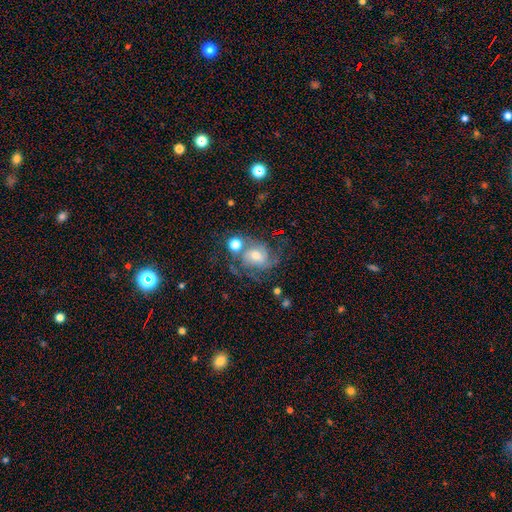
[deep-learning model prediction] Smooth or featured: featured or disk — 70% (smooth — 18%)
Edge-on disk: no — 97% (yes — 3%)
Bar: no — 53% (weak — 38%)
Spiral arms: yes — 91% (no — 9%)
Spiral winding: medium — 44% (tight — 41%)
Spiral arm count: can't tell — 30% (2 — 28%)
Bulge size: moderate — 55% (small — 33%)
Merging: none — 52% (minor disturbance — 18%)